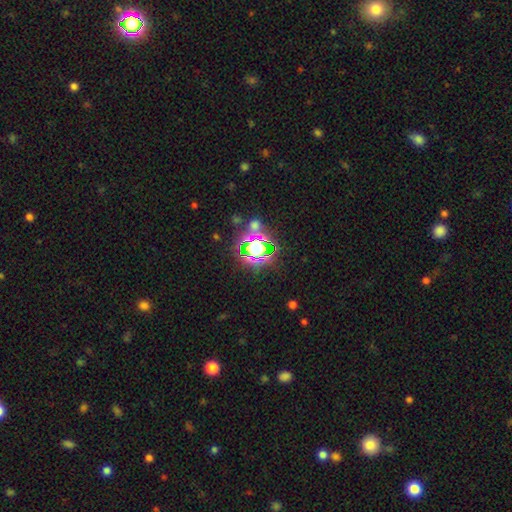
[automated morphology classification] Smooth or featured? Predicted: star or artifact (p=0.78).